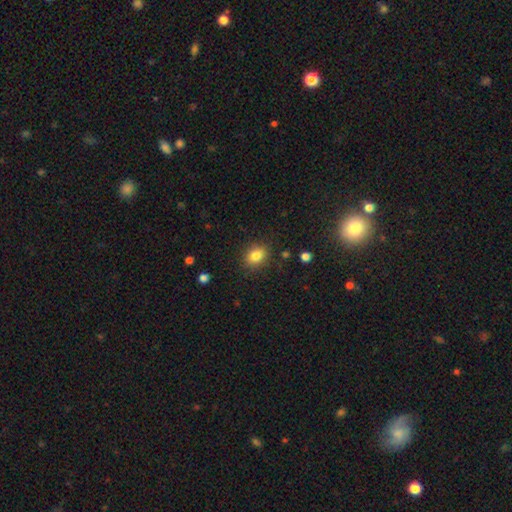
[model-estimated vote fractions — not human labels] Smooth or featured? smooth (83%)
How rounded? in between (57%)
Merging? none (85%)